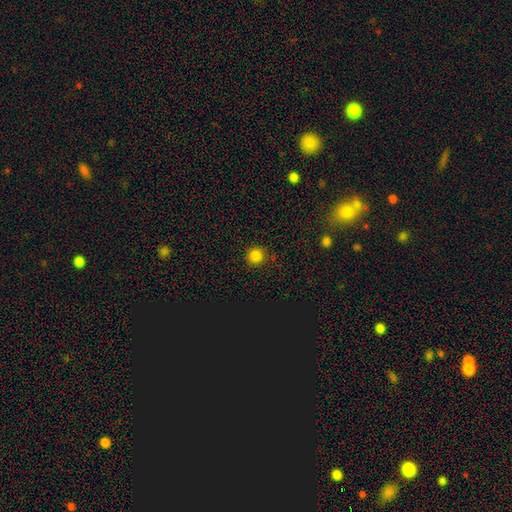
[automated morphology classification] smooth 82%, star or artifact 14%, featured or disk 4%. Down the decision tree: how rounded — round (94%); merging — none (89%).